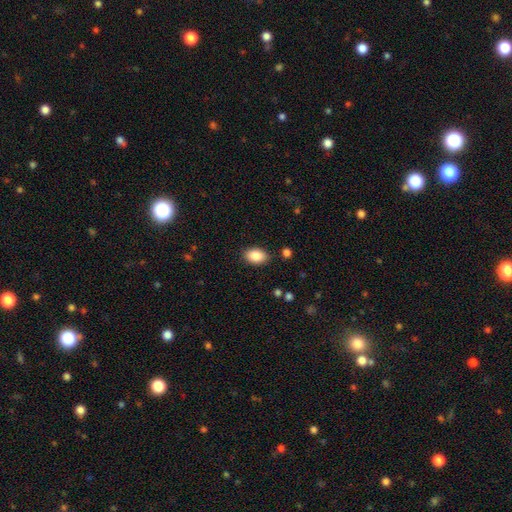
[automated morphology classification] type=smooth (87%); roundness=in between (87%); merging=none (86%).